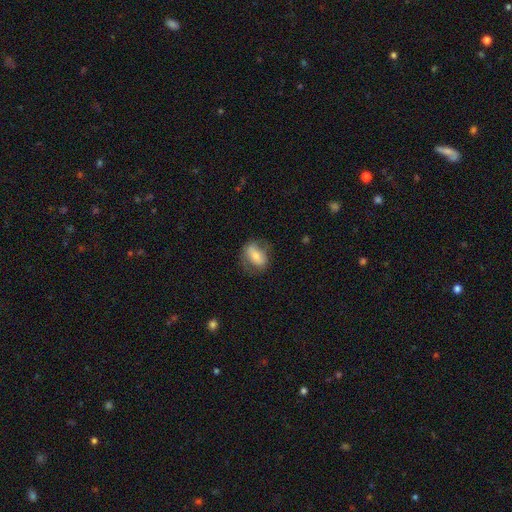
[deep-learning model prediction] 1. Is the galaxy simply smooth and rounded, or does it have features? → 59% smooth, 34% featured or disk, 7% star or artifact.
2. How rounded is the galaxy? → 79% in between, 17% round, 4% cigar-shaped.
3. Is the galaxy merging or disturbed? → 66% none, 21% minor disturbance, 11% major disturbance, 1% merger.